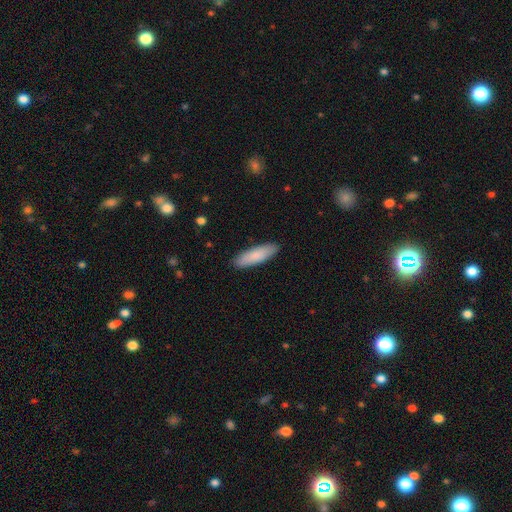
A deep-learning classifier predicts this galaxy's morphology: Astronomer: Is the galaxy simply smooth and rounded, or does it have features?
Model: smooth — 85%.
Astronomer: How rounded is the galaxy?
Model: cigar-shaped — 56% (runner-up: in between, 43%).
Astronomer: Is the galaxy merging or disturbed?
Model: none — 90%.